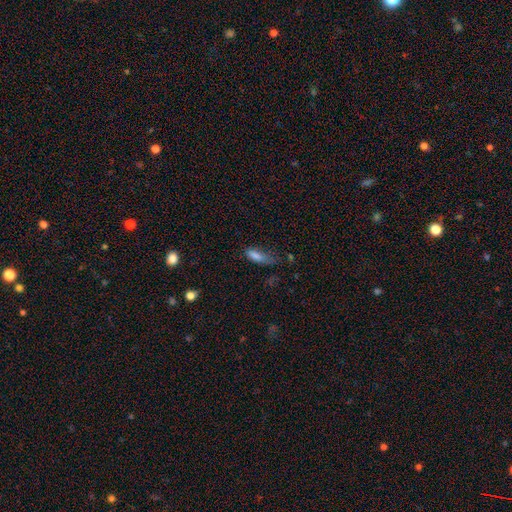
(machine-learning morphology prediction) smooth_or_featured: smooth (p=0.79) [alt: star or artifact p=0.11]
how_rounded: in between (p=0.61) [alt: cigar-shaped p=0.37]
merging: minor disturbance (p=0.36) [alt: none p=0.35]